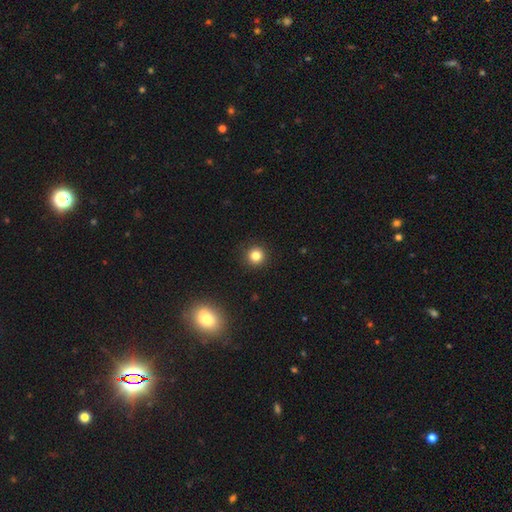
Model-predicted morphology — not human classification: smooth_or_featured: smooth (p=0.82) [alt: star or artifact p=0.12]
how_rounded: round (p=0.94) [alt: in between p=0.05]
merging: none (p=0.92) [alt: minor disturbance p=0.05]